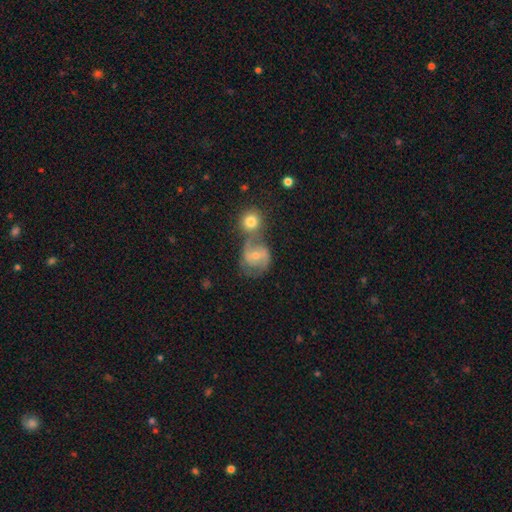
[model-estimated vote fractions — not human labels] Q: Smooth or featured?
A: featured or disk (60%); runner-up: smooth (32%)
Q: Edge-on disk?
A: no (97%); runner-up: yes (3%)
Q: Bar?
A: no (45%); runner-up: weak (43%)
Q: Spiral arms?
A: yes (86%); runner-up: no (14%)
Q: Spiral winding?
A: medium (53%); runner-up: tight (24%)
Q: Spiral arm count?
A: 2 (81%); runner-up: can't tell (10%)
Q: Bulge size?
A: moderate (49%); runner-up: small (45%)
Q: Merging?
A: merger (44%); runner-up: none (34%)